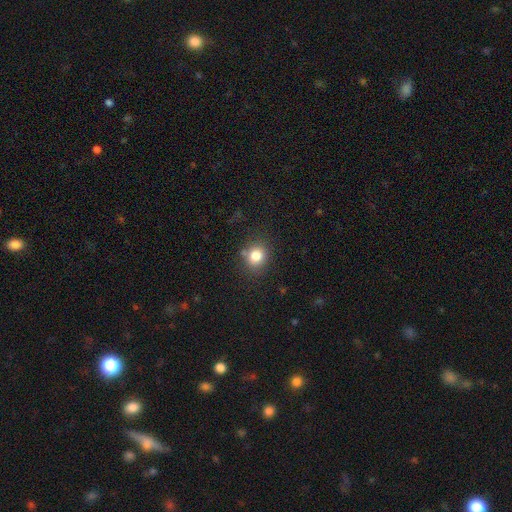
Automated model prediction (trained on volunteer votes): This appears to be a smooth galaxy with no disk features (81%) that is round (75%). Merging: none (79%).